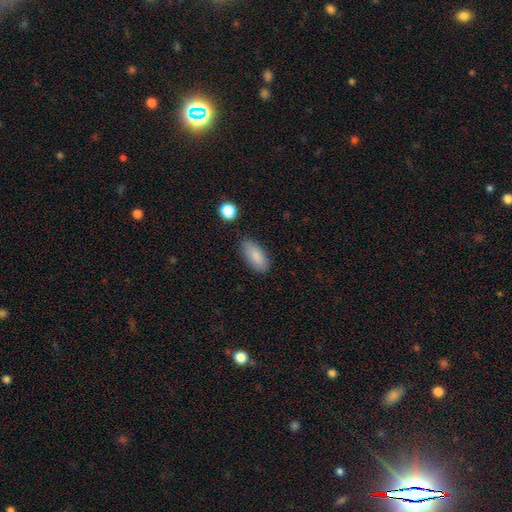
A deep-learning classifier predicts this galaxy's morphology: The model was most divided on "merging": none: 80%, minor disturbance: 15%, major disturbance: 3%, merger: 2%. More confident: how rounded — in between (89%); smooth or featured — smooth (86%).